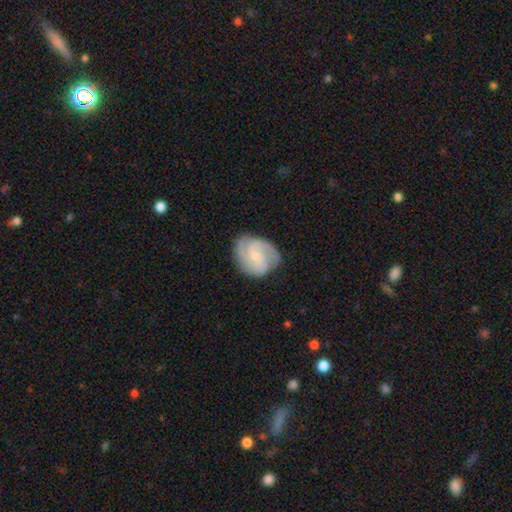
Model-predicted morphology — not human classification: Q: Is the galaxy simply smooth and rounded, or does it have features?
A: featured or disk — 80%.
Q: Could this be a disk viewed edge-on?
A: no — 98%.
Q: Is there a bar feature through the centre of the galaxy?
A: no — 53%.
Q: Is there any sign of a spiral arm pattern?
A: yes — 97%.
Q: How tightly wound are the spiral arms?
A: medium — 47%.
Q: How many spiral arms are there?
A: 3 — 46%.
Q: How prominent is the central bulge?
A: small — 69%.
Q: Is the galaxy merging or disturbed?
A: none — 75%.